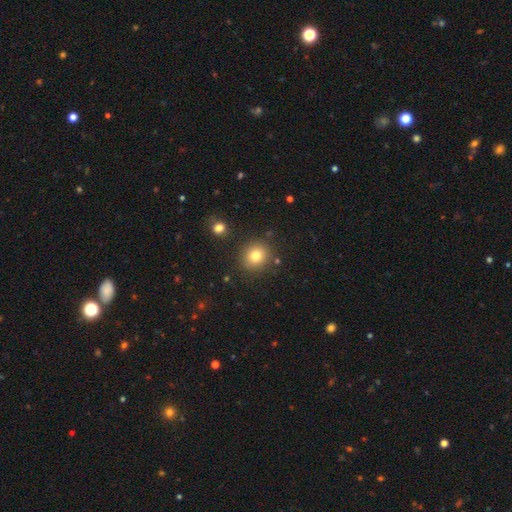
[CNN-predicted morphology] A smooth galaxy with no disk features (79%) that is round (84%).

Vote fractions:
- Smooth or featured? smooth: 79% / star or artifact: 12% / featured or disk: 9%
- How rounded? round: 84% / in between: 15% / cigar-shaped: 1%
- Merging? none: 86% / minor disturbance: 8% / merger: 4% / major disturbance: 3%